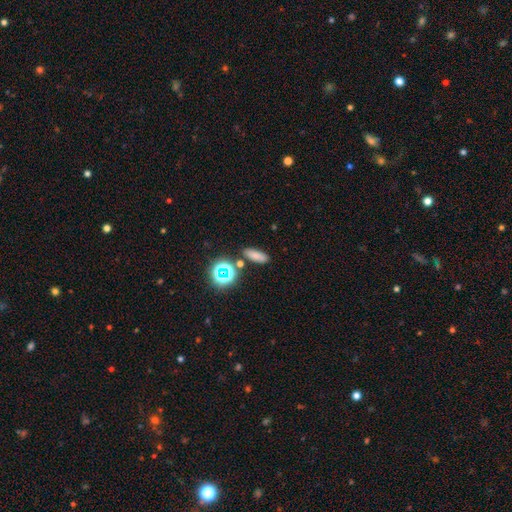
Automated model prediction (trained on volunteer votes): The model was most divided on "how rounded": in between: 63%, cigar-shaped: 27%, round: 10%. More confident: merging — none (83%); smooth or featured — smooth (73%).